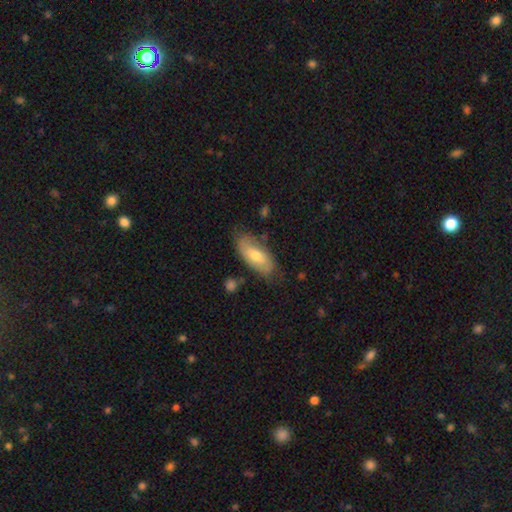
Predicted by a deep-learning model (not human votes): A smooth galaxy with no disk features (60%) that is in between round and cigar-shaped (87%). Merging: none (71%).